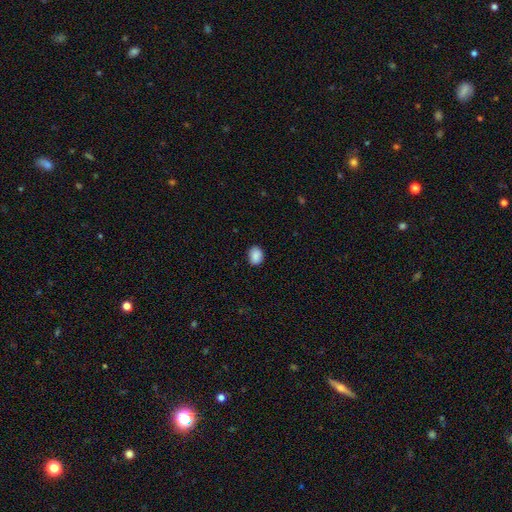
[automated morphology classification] This is clearly a smooth galaxy (89%). How rounded: possibly in between (59%). Merging: clearly none (86%).